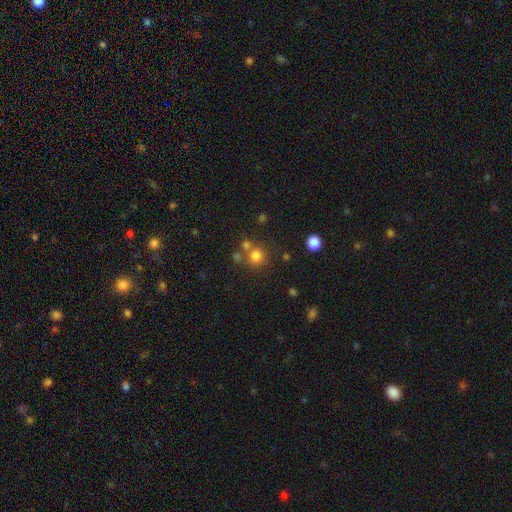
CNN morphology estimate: type=smooth (75%); roundness=round (90%); merging=none (65%).